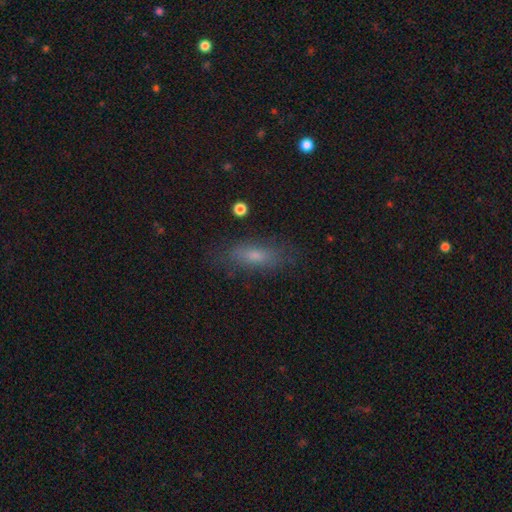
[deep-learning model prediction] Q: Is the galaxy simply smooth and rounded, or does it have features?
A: smooth — 69%.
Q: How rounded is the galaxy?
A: in between — 65%.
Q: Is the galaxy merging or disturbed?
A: none — 74%.